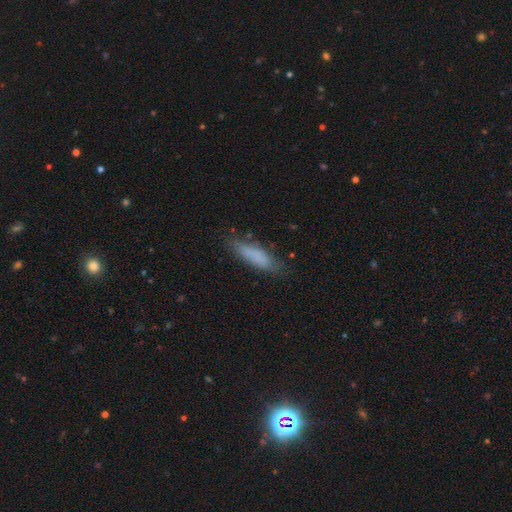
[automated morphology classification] This is likely a smooth galaxy (78%). How rounded: likely cigar-shaped (64%). Merging: likely none (73%).